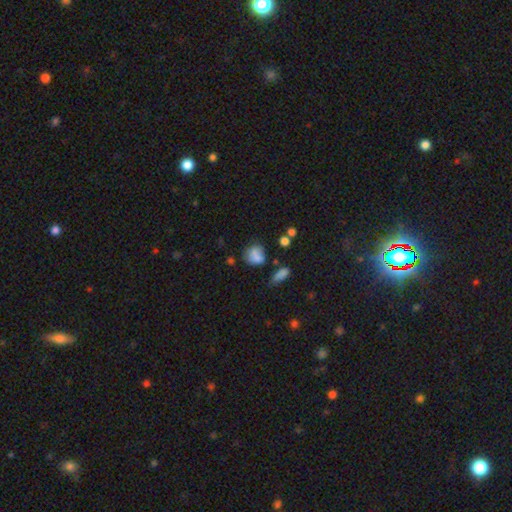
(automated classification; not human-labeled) smooth-or-featured: smooth: 75% | featured or disk: 13% | star or artifact: 12%
  how-rounded: round: 60% | in between: 38% | cigar-shaped: 2%
  merging: none: 50% | minor disturbance: 27% | merger: 13% | major disturbance: 10%